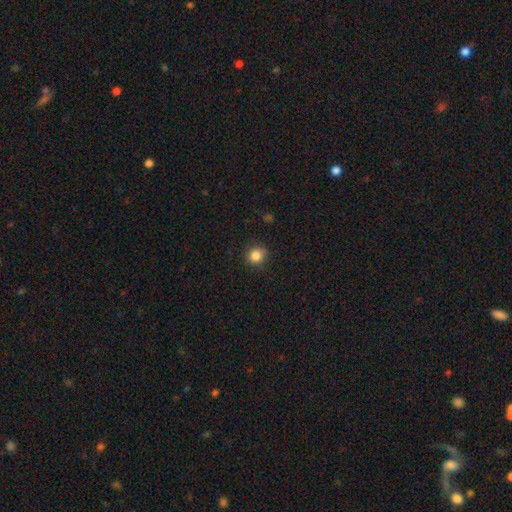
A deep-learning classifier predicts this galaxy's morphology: Smooth or featured? smooth (84%)
How rounded? round (88%)
Merging? none (82%)